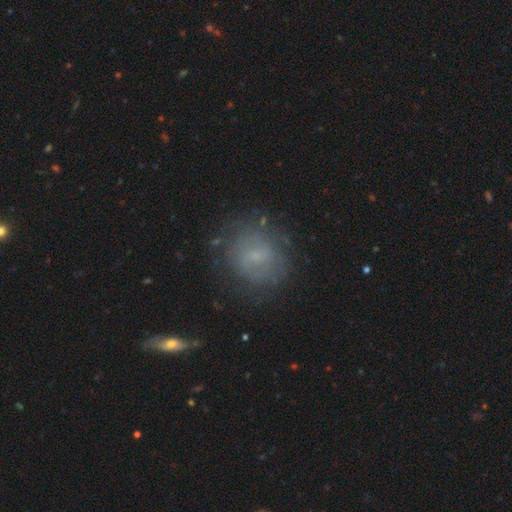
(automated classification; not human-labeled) smooth 46%, featured or disk 42%, star or artifact 12%. Down the decision tree: merging — none (73%).